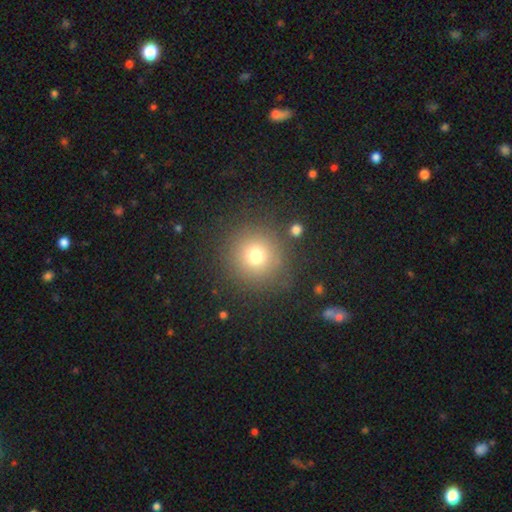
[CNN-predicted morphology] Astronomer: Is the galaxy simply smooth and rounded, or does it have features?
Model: smooth — 73%.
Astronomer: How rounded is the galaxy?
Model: round — 94%.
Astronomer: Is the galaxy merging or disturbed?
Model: none — 84%.